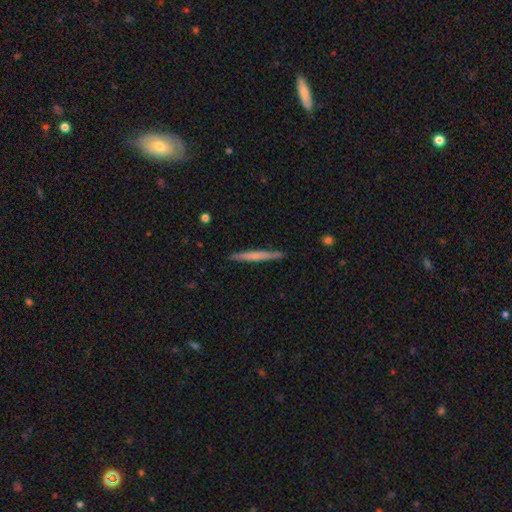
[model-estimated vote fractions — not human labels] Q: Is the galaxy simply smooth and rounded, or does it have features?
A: smooth — 56%.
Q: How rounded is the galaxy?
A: cigar-shaped — 97%.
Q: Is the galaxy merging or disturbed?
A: none — 90%.